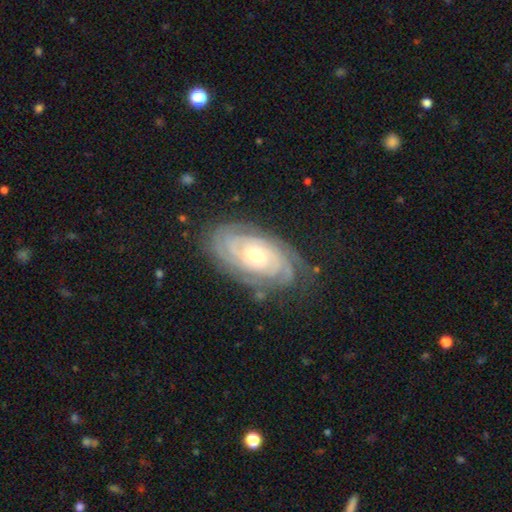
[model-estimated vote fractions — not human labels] A featured or disk galaxy (88%) with no bar (72%), tight (84%) spiral arms (98%) and a moderate central bulge (60%).

Vote fractions:
- Smooth or featured? featured or disk: 88% / smooth: 6% / star or artifact: 6%
- Edge-on disk? no: 95% / yes: 5%
- Bar? no: 72% / weak: 19% / strong: 9%
- Spiral arms? yes: 98% / no: 2%
- Spiral winding? tight: 84% / medium: 13% / loose: 2%
- Spiral arm count? can't tell: 25% / 3: 23% / 2: 22% / 4: 16% / more than 4: 9% / 1: 6%
- Bulge size? moderate: 60% / small: 35% / large: 3% / none: 1% / dominant: 1%
- Merging? none: 79% / minor disturbance: 15% / major disturbance: 5% / merger: 1%